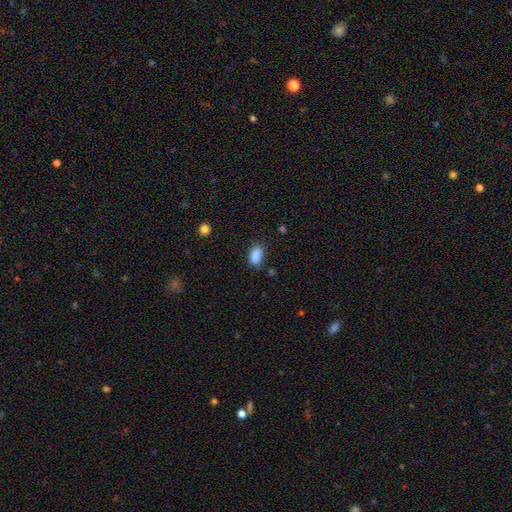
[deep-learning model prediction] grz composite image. It shows a smooth galaxy with no disk features (86%) that is in between round and cigar-shaped (88%). Merging: none (68%).